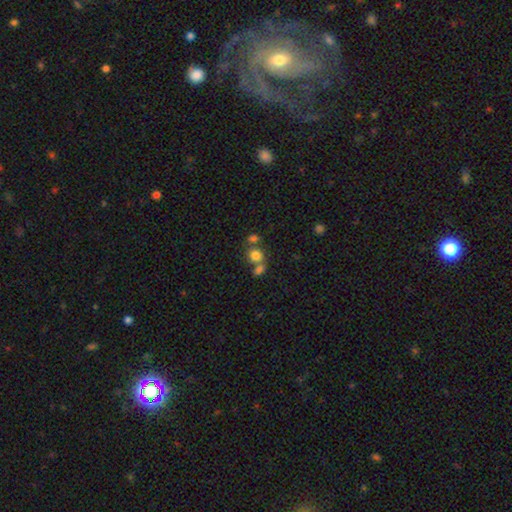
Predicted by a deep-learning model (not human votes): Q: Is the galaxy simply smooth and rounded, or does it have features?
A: smooth — 77%.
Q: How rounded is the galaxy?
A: round — 76%.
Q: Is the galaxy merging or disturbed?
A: none — 45%.